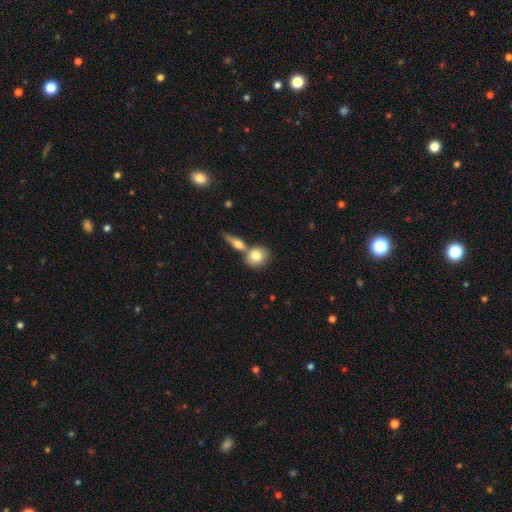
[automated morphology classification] smooth_or_featured: smooth (p=0.78) [alt: featured or disk p=0.15]
how_rounded: round (p=0.61) [alt: in between p=0.36]
merging: none (p=0.47) [alt: merger p=0.41]